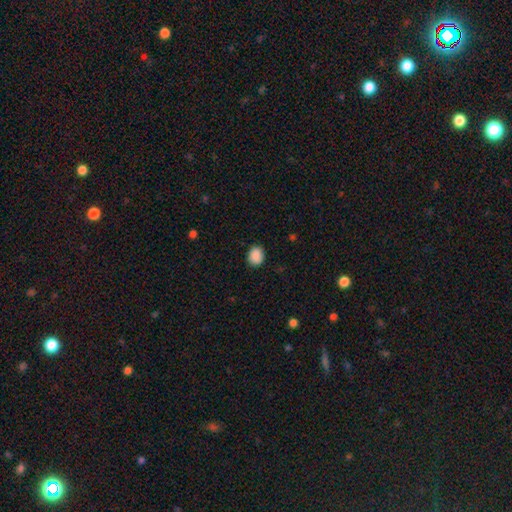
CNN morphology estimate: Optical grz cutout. It shows a smooth galaxy with no disk features (89%) that is round (51%). Merging: none (86%).